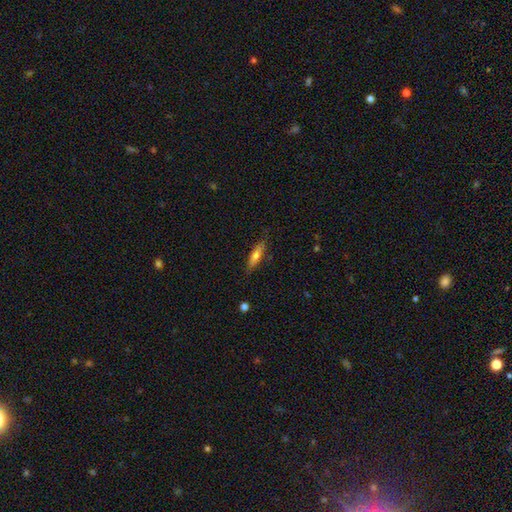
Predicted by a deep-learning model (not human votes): Smooth or featured?
  - smooth: 62% *
  - featured or disk: 32%
  - star or artifact: 7%
How rounded?
  - cigar-shaped: 65% *
  - in between: 33%
  - round: 2%
Merging?
  - none: 80% *
  - minor disturbance: 16%
  - major disturbance: 3%
  - merger: 1%